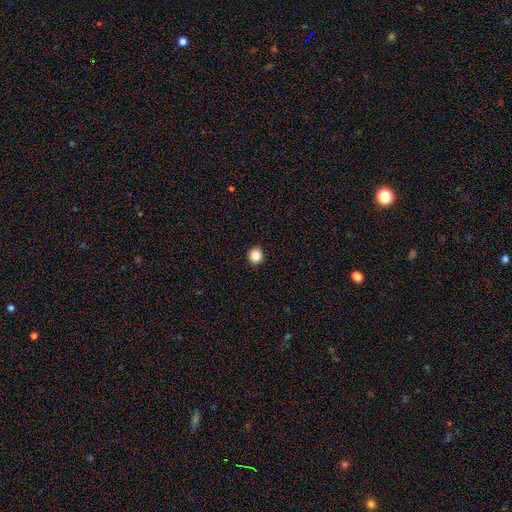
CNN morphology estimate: Overall: smooth (86%). How rounded: round (91%). Merging: none (93%).